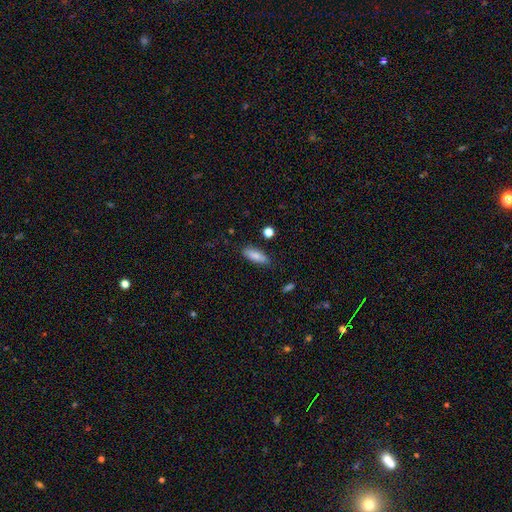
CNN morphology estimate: A smooth galaxy with no disk features (82%) that is in between round and cigar-shaped (63%). Merging: none (81%).